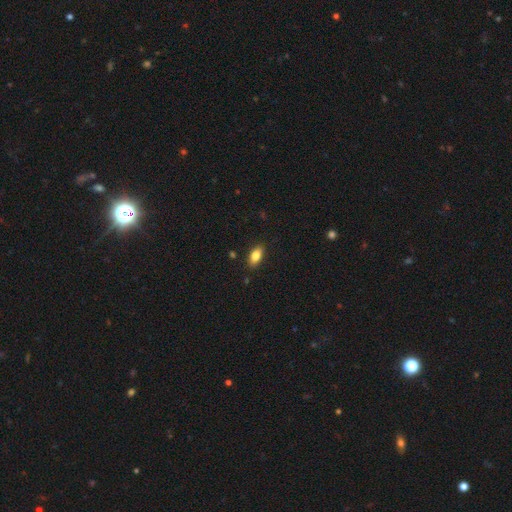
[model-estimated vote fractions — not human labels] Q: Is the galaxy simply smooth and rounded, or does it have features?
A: smooth — 83%.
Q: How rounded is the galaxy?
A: in between — 89%.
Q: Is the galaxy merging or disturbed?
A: none — 87%.